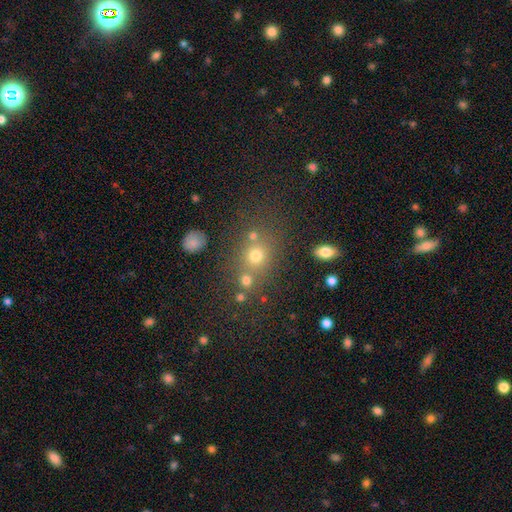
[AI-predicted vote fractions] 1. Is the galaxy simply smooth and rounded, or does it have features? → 64% smooth, 22% star or artifact, 13% featured or disk.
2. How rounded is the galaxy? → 75% round, 24% in between, 2% cigar-shaped.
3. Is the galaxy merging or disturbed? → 63% none, 20% merger, 11% minor disturbance, 6% major disturbance.